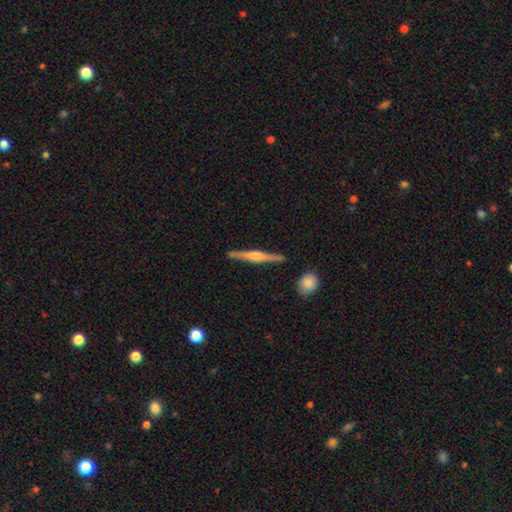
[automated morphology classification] smooth-or-featured: featured or disk: 76% | smooth: 18% | star or artifact: 5%
  disk-edge-on: yes: 98% | no: 2%
    edge-on-bulge: rounded: 83% | boxy: 11% | none: 5%
  merging: none: 90% | minor disturbance: 7% | merger: 2% | major disturbance: 1%